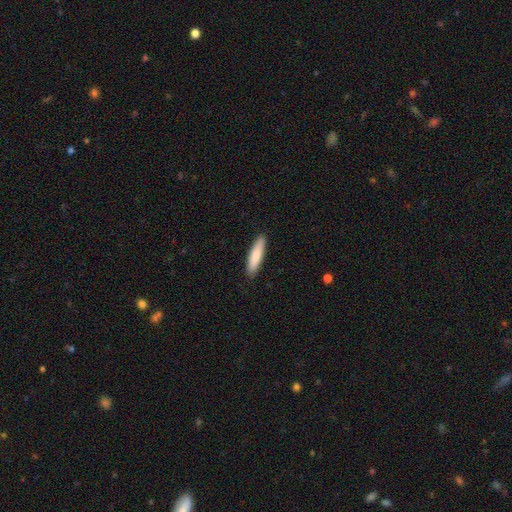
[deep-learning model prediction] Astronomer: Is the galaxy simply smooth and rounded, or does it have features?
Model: smooth — 83%.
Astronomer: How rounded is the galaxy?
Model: cigar-shaped — 80%.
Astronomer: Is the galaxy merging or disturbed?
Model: none — 90%.